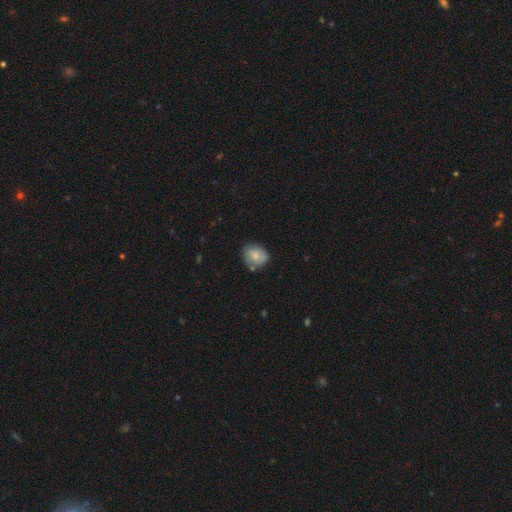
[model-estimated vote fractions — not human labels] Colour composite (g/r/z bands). It shows a smooth galaxy with no disk features (70%) that is round (65%). Merging: none (65%).